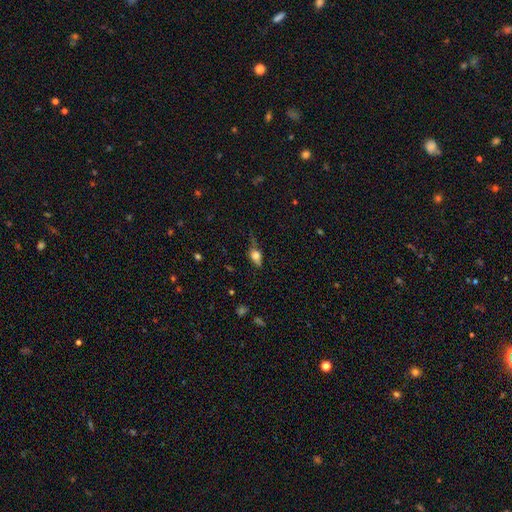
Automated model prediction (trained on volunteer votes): This is likely a smooth galaxy (62%). How rounded: likely in between (69%). Merging: possibly none (49%).